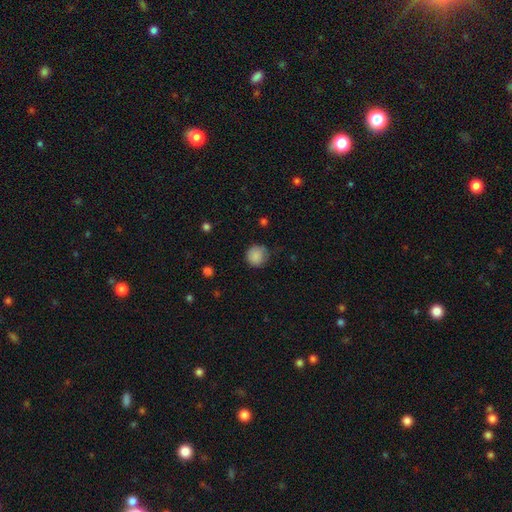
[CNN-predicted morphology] Smooth or featured: smooth — 87% (star or artifact — 8%)
How rounded: round — 91% (in between — 8%)
Merging: none — 71% (minor disturbance — 23%)